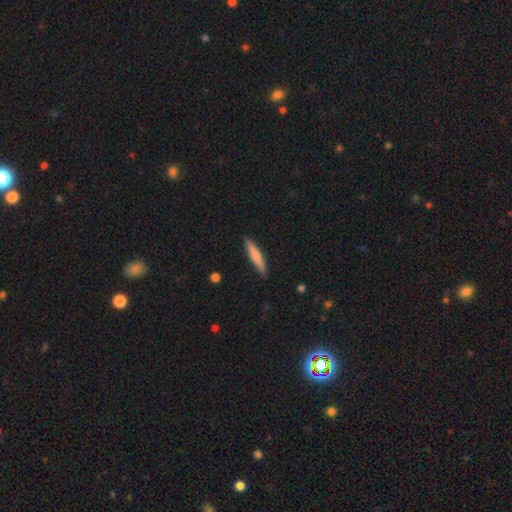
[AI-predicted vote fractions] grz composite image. It shows a smooth galaxy with no disk features (70%) that is cigar-shaped (92%). Merging: none (88%).